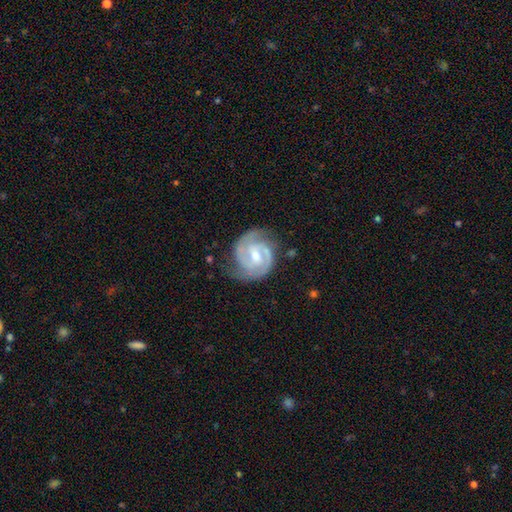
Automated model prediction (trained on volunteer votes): Smooth or featured? featured or disk (90%)
Edge-on disk? no (98%)
Bar? weak (50%)
Spiral arms? yes (98%)
Spiral winding? tight (57%)
Spiral arm count? 2 (75%)
Bulge size? moderate (59%)
Merging? none (73%)